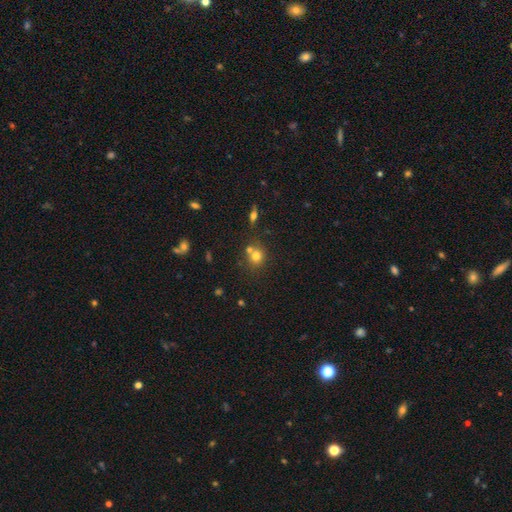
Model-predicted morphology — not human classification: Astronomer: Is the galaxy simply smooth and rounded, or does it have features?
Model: smooth — 73%.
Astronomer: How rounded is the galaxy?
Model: round — 82%.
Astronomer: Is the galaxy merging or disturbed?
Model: none — 55% (runner-up: merger, 32%).